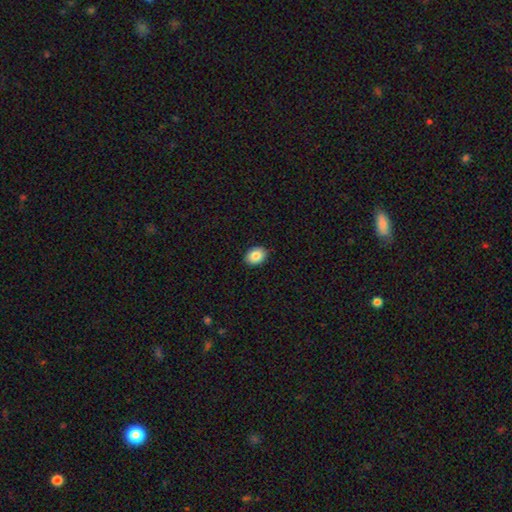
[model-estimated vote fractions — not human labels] Q: Smooth or featured?
A: smooth (85%); runner-up: star or artifact (8%)
Q: How rounded?
A: in between (73%); runner-up: round (26%)
Q: Merging?
A: none (90%); runner-up: minor disturbance (8%)